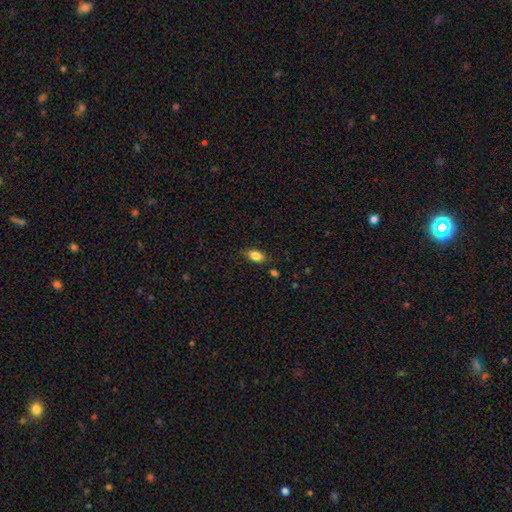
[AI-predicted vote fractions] Overall: smooth (83%). How rounded: in between (87%). Merging: none (79%).